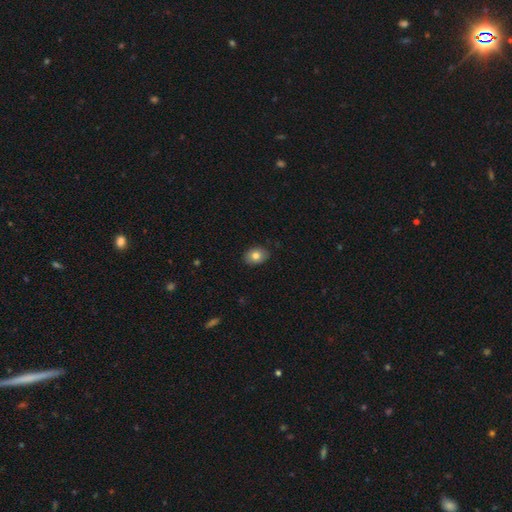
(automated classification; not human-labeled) Overall: smooth (80%). How rounded: in between (73%). Merging: none (88%).